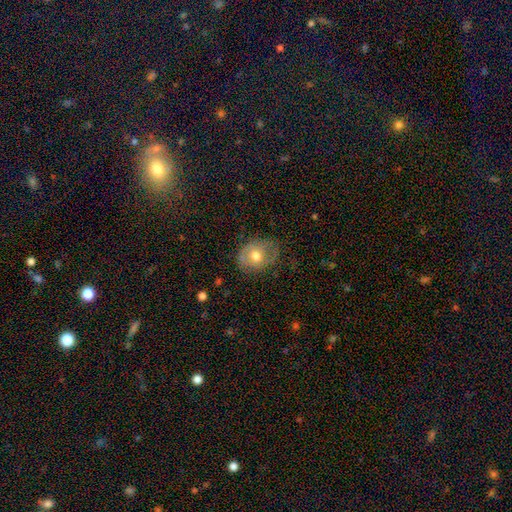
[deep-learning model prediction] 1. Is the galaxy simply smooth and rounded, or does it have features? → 58% smooth, 34% featured or disk, 8% star or artifact.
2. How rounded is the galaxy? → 54% in between, 45% round, 1% cigar-shaped.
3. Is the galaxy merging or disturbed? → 60% none, 28% minor disturbance, 11% major disturbance, 1% merger.